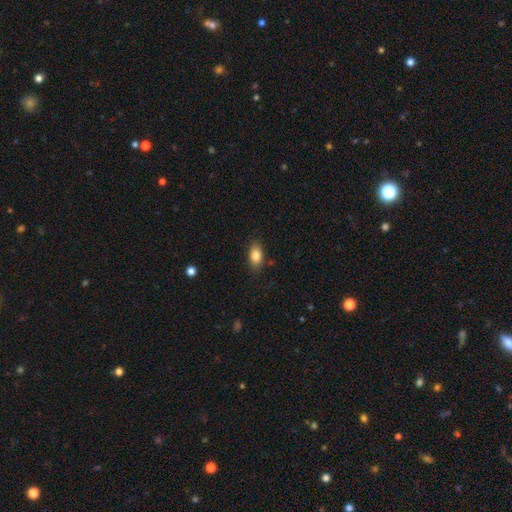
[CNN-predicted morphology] A smooth galaxy with no disk features (82%) that is in between round and cigar-shaped (87%).

Vote fractions:
- Smooth or featured? smooth: 82% / featured or disk: 11% / star or artifact: 8%
- How rounded? in between: 87% / round: 7% / cigar-shaped: 5%
- Merging? none: 83% / minor disturbance: 13% / major disturbance: 3% / merger: 2%